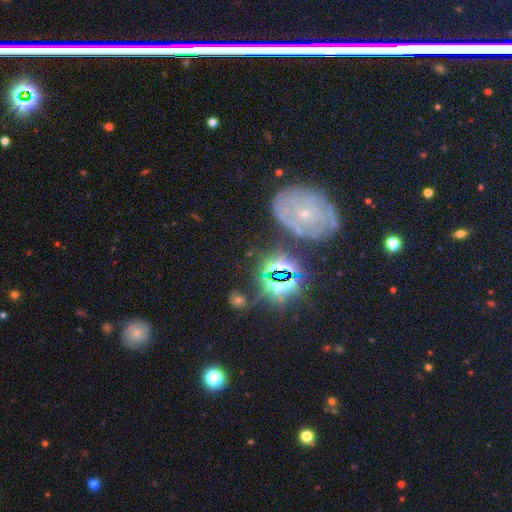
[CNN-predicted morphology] star or artifact 61%, featured or disk 21%, smooth 18%.